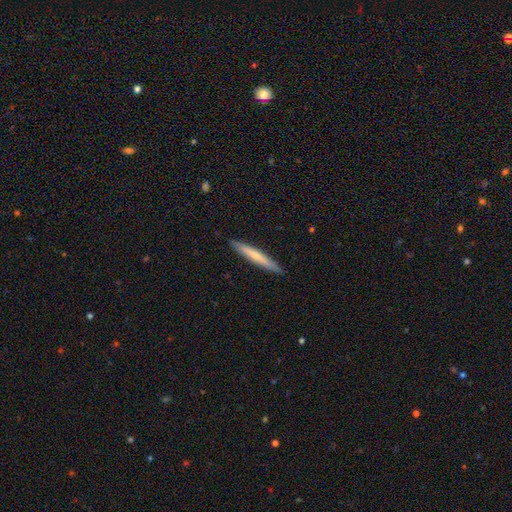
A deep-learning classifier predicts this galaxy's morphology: A smooth galaxy with no disk features (59%) that is cigar-shaped (96%).

Vote fractions:
- Smooth or featured? smooth: 59% / featured or disk: 36% / star or artifact: 5%
- How rounded? cigar-shaped: 96% / in between: 3% / round: 1%
- Merging? none: 91% / minor disturbance: 7% / major disturbance: 1% / merger: 1%